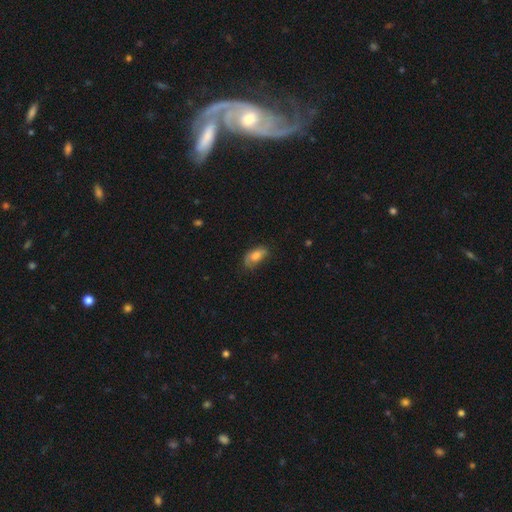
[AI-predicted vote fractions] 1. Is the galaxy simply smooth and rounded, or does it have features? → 72% smooth, 19% featured or disk, 9% star or artifact.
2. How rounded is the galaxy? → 89% in between, 6% round, 5% cigar-shaped.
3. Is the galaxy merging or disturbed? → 50% none, 33% minor disturbance, 14% major disturbance, 2% merger.